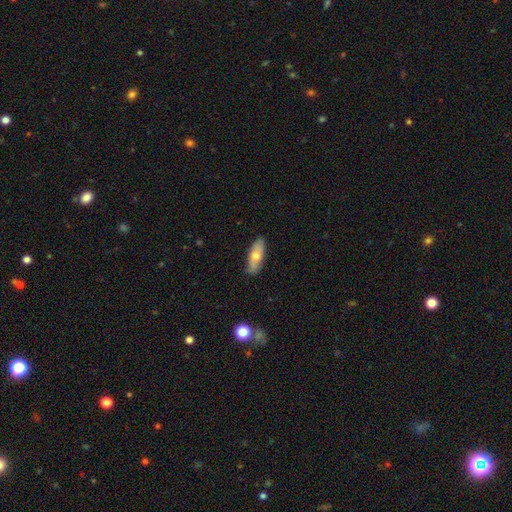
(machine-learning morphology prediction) Q: Smooth or featured?
A: smooth (58%); runner-up: featured or disk (34%)
Q: How rounded?
A: in between (59%); runner-up: cigar-shaped (38%)
Q: Merging?
A: none (86%); runner-up: minor disturbance (11%)